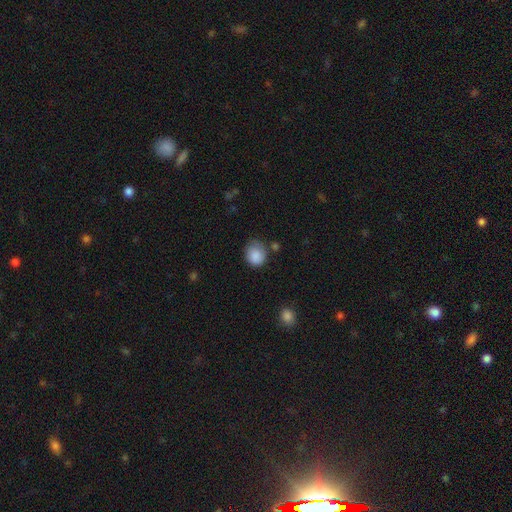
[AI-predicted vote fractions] smooth-or-featured: smooth: 87% | star or artifact: 8% | featured or disk: 5%
  how-rounded: round: 69% | in between: 30% | cigar-shaped: 1%
  merging: none: 59% | minor disturbance: 29% | major disturbance: 7% | merger: 4%